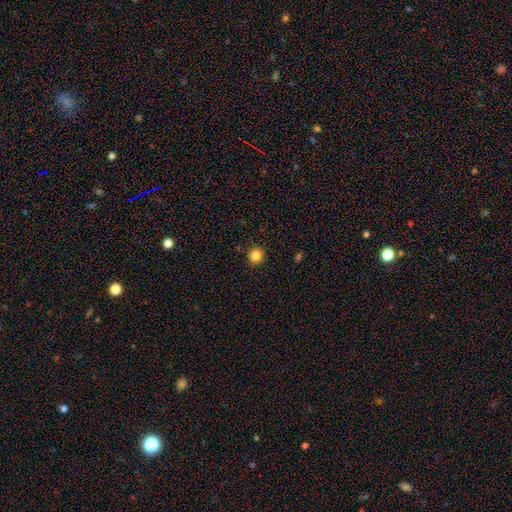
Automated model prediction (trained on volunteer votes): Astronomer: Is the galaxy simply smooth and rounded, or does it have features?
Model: smooth — 84%.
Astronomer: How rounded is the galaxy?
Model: round — 94%.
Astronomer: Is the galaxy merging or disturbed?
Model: none — 92%.